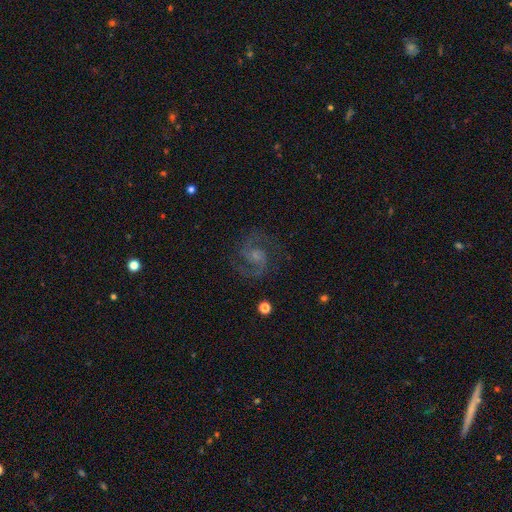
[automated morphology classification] Smooth or featured?
  - featured or disk: 87% *
  - star or artifact: 9%
  - smooth: 5%
Edge-on disk?
  - no: 98% *
  - yes: 2%
Bar?
  - no: 45% * (tied)
  - weak: 45% * (tied)
  - strong: 10%
Spiral arms?
  - yes: 98% *
  - no: 2%
Spiral winding?
  - medium: 63% *
  - tight: 22%
  - loose: 14%
Spiral arm count?
  - 2: 92% *
  - can't tell: 2%
  - 3: 2%
  - 1: 1%
  - 4: 1%
  - more than 4: 1%
Bulge size?
  - small: 51% *
  - moderate: 30%
  - none: 14%
  - large: 4%
  - dominant: 1%
Merging?
  - none: 82% *
  - minor disturbance: 11%
  - major disturbance: 5%
  - merger: 1%